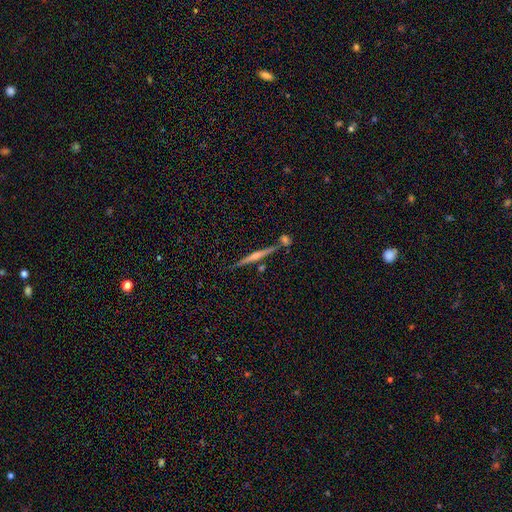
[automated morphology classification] Smooth or featured? Predicted: featured or disk (p=0.65). Edge-on disk? Predicted: yes (p=0.94). Edge-on bulge? Predicted: rounded (p=0.59). Merging? Predicted: none (p=0.80).